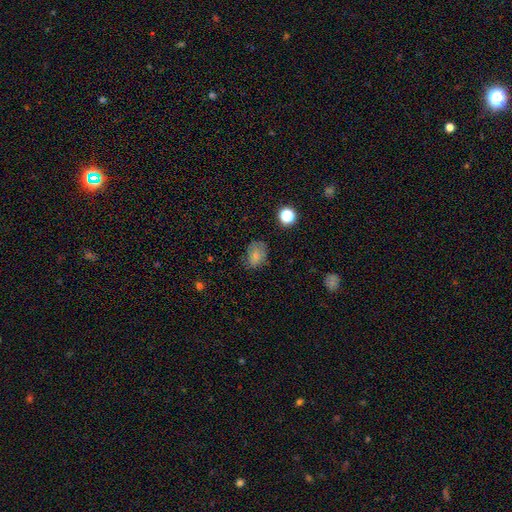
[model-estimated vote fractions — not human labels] This is likely a smooth galaxy (77%). How rounded: likely in between (67%). Merging: likely none (65%).